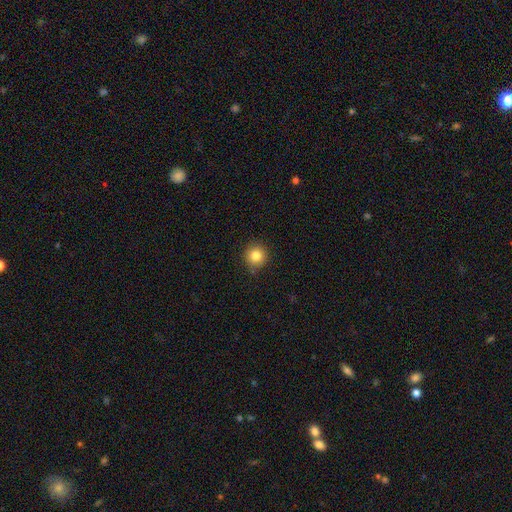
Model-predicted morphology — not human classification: Q: Smooth or featured?
A: smooth (83%); runner-up: star or artifact (11%)
Q: How rounded?
A: round (94%); runner-up: in between (5%)
Q: Merging?
A: none (88%); runner-up: minor disturbance (9%)